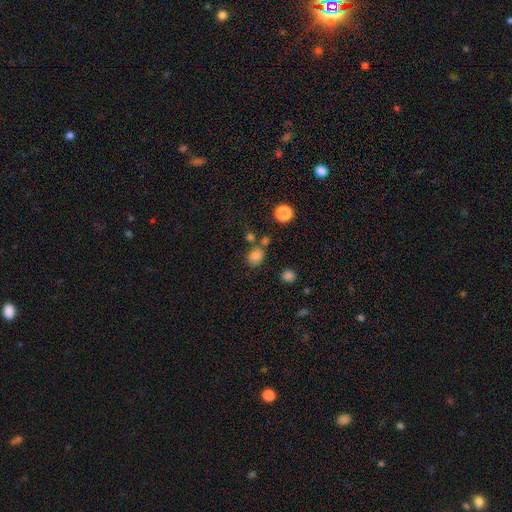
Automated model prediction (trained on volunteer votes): Q: Smooth or featured?
A: smooth (79%); runner-up: star or artifact (15%)
Q: How rounded?
A: round (64%); runner-up: in between (35%)
Q: Merging?
A: none (66%); runner-up: merger (15%)